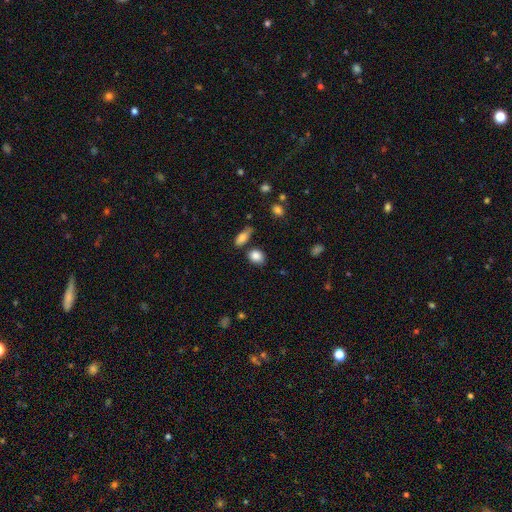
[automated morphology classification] Smooth or featured?
  - smooth: 86% *
  - star or artifact: 8%
  - featured or disk: 6%
How rounded?
  - in between: 58% *
  - round: 40%
  - cigar-shaped: 2%
Merging?
  - none: 74% *
  - minor disturbance: 15%
  - merger: 8%
  - major disturbance: 4%